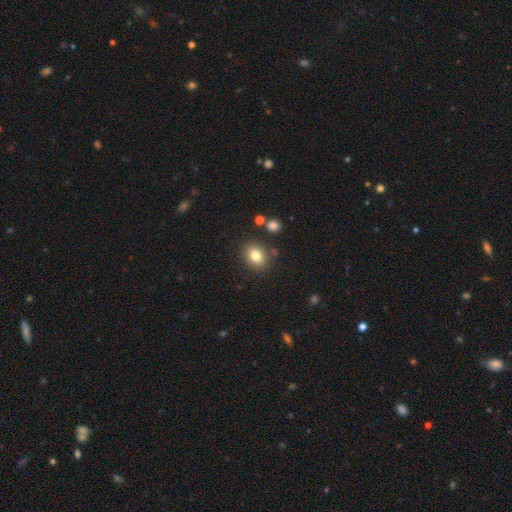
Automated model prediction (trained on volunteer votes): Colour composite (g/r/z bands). It shows a smooth galaxy with no disk features (81%) that is round (53%). Merging: none (82%).